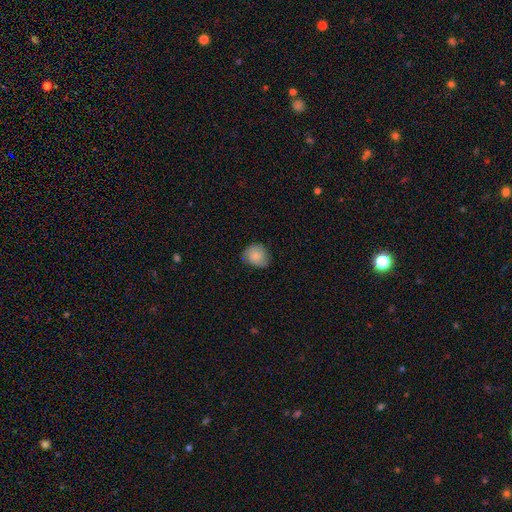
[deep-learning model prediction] Morphology: type=smooth (82%); roundness=round (73%); merging=none (72%).